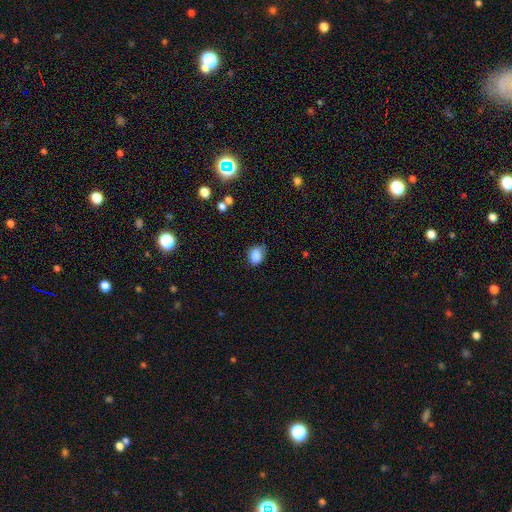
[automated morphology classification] The model was most divided on "how rounded": in between: 53%, round: 46%, cigar-shaped: 1%. More confident: smooth or featured — smooth (85%); merging — none (62%).